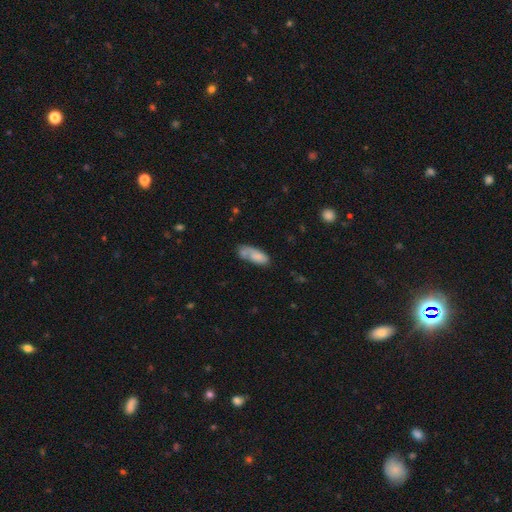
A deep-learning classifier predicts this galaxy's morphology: Smooth or featured? smooth (74%)
How rounded? in between (80%)
Merging? none (38%)